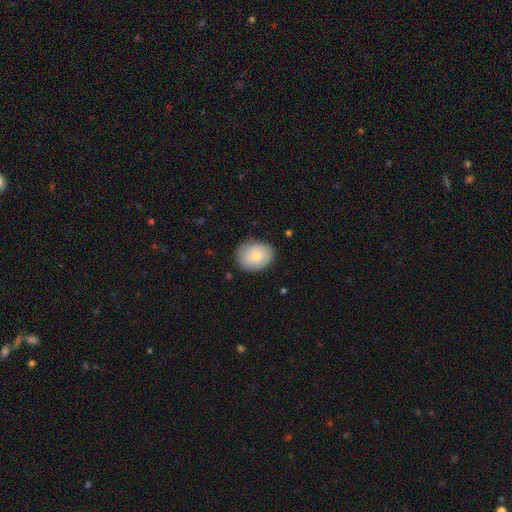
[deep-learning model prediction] Smooth or featured: smooth — 78% (featured or disk — 16%)
How rounded: in between — 63% (round — 36%)
Merging: none — 79% (minor disturbance — 17%)